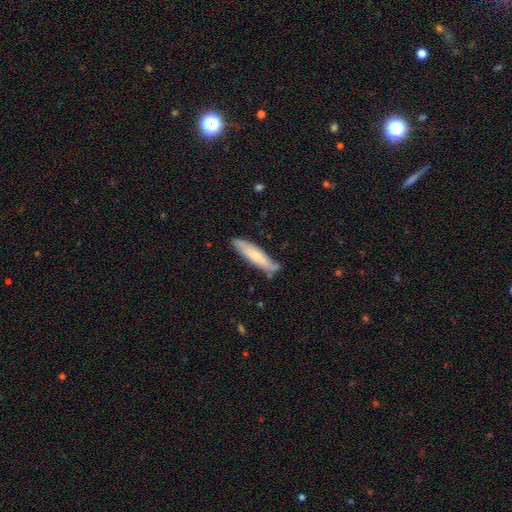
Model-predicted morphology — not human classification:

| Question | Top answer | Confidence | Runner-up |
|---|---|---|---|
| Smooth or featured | smooth | 58% | featured or disk (36%) |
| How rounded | cigar-shaped | 78% | in between (21%) |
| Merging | none | 74% | minor disturbance (20%) |